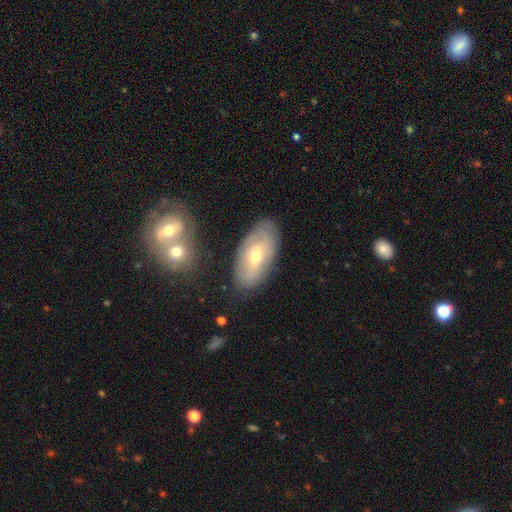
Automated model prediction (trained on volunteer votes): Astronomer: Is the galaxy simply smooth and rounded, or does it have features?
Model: featured or disk — 53% (runner-up: smooth, 40%).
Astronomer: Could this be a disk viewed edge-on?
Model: no — 87%.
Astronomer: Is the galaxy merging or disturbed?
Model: none — 76%.